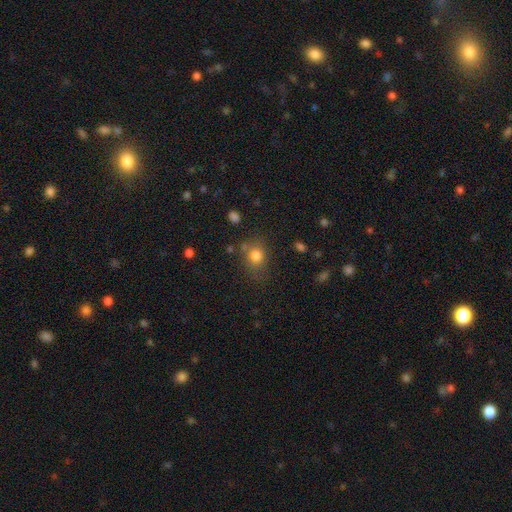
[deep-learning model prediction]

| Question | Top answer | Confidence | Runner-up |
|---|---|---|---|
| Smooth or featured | smooth | 80% | star or artifact (12%) |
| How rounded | round | 63% | in between (36%) |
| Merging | none | 68% | minor disturbance (19%) |